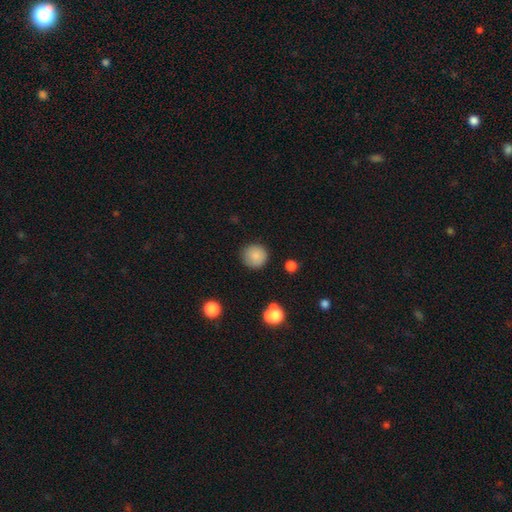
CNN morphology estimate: smooth_or_featured: smooth (p=0.85) [alt: star or artifact p=0.09]
how_rounded: round (p=0.94) [alt: in between p=0.05]
merging: none (p=0.88) [alt: minor disturbance p=0.08]